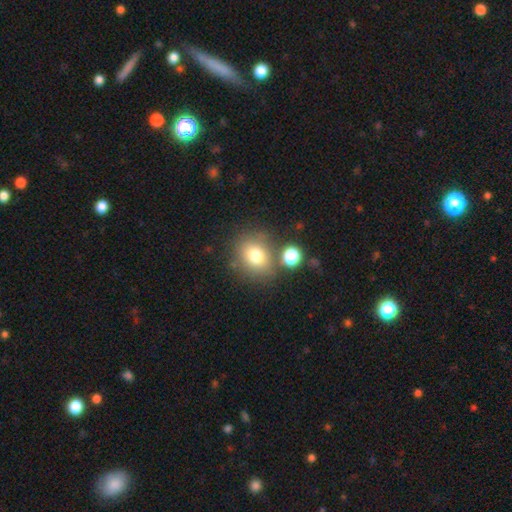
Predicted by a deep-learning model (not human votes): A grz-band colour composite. It shows a smooth galaxy with no disk features (75%) that is round (68%). Merging: none (69%).